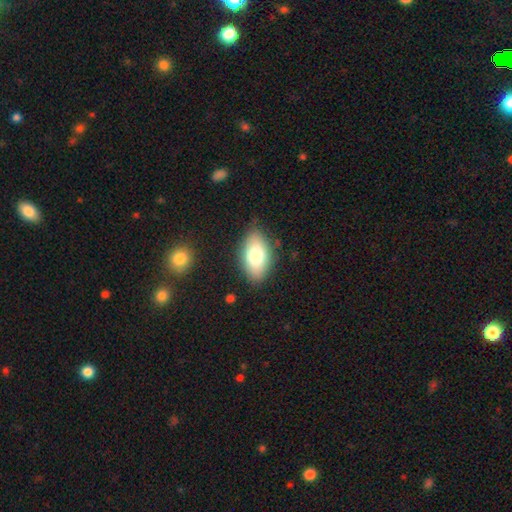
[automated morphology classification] A smooth galaxy with no disk features (76%) that is in between round and cigar-shaped (92%).

Vote fractions:
- Smooth or featured? smooth: 76% / featured or disk: 17% / star or artifact: 7%
- How rounded? in between: 92% / round: 5% / cigar-shaped: 3%
- Merging? none: 82% / minor disturbance: 13% / major disturbance: 3% / merger: 2%